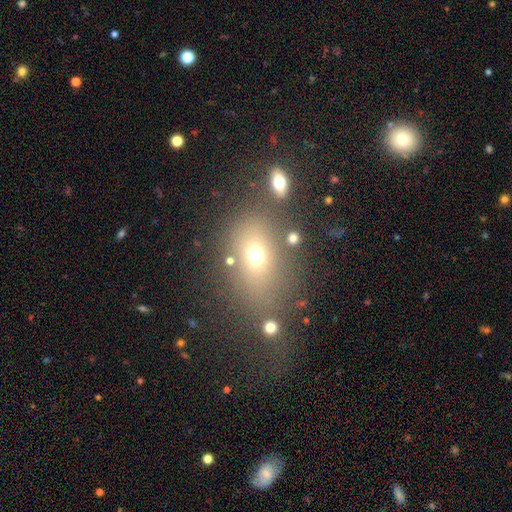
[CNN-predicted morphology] A smooth galaxy with no disk features (66%) that is in between round and cigar-shaped (63%).

Vote fractions:
- Smooth or featured? smooth: 66% / star or artifact: 18% / featured or disk: 15%
- How rounded? in between: 63% / round: 35% / cigar-shaped: 2%
- Merging? none: 66% / minor disturbance: 14% / merger: 12% / major disturbance: 9%